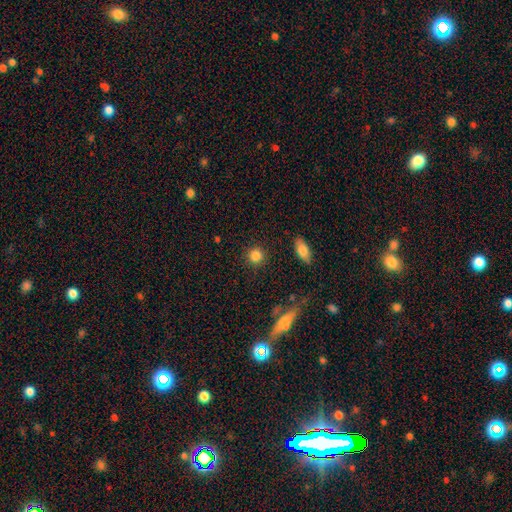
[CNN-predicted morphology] Smooth or featured? Predicted: smooth (p=0.85). How rounded? Predicted: round (p=0.89). Merging? Predicted: none (p=0.89).